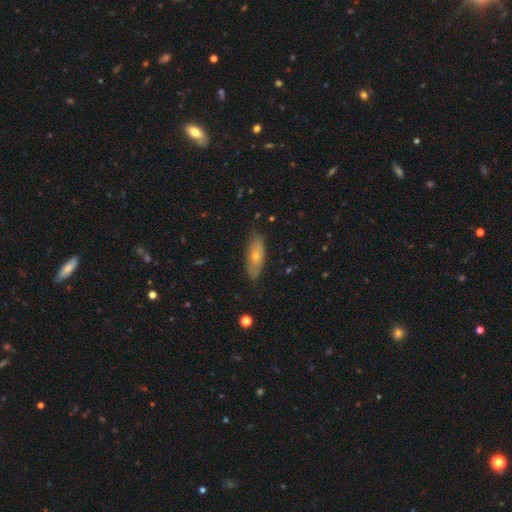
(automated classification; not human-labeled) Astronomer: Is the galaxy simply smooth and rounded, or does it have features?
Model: smooth — 57% (runner-up: featured or disk, 34%).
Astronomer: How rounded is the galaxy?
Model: in between — 53% (runner-up: cigar-shaped, 45%).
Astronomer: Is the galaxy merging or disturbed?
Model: none — 85%.